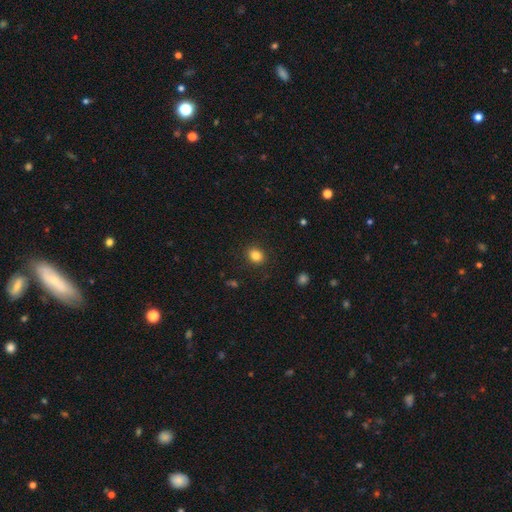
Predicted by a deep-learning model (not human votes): Overall: smooth (84%). How rounded: round (52%; in between 47%). Merging: none (88%).